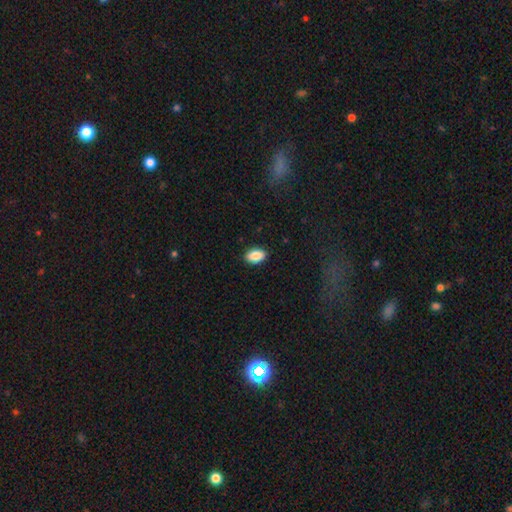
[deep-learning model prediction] Smooth or featured? Predicted: smooth (p=0.88). How rounded? Predicted: in between (p=0.91). Merging? Predicted: none (p=0.88).